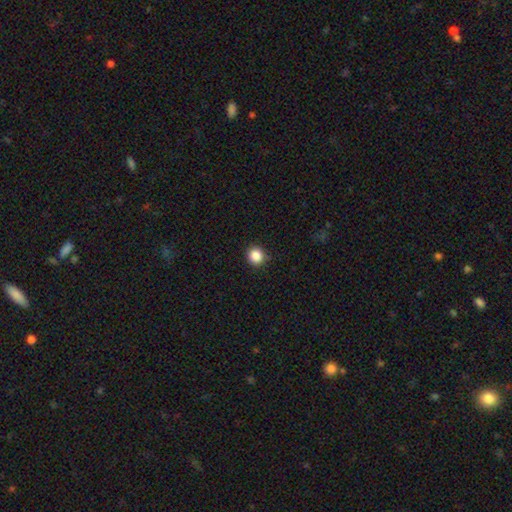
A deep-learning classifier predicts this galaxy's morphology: This appears to be a smooth galaxy with no disk features (86%) that is round (90%). Merging: none (89%).